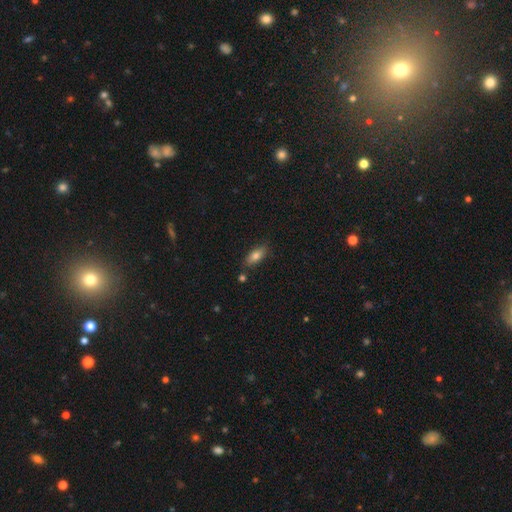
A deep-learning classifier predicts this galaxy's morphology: smooth_or_featured: smooth (p=0.77) [alt: featured or disk p=0.15]
how_rounded: in between (p=0.80) [alt: cigar-shaped p=0.16]
merging: none (p=0.79) [alt: minor disturbance p=0.14]